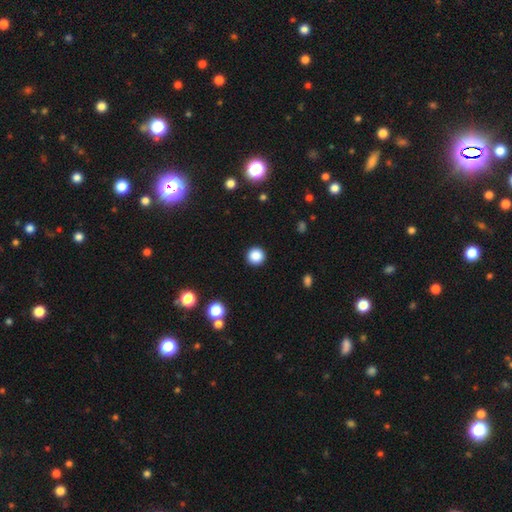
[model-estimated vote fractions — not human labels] Overall: smooth (86%). How rounded: round (95%). Merging: none (92%).